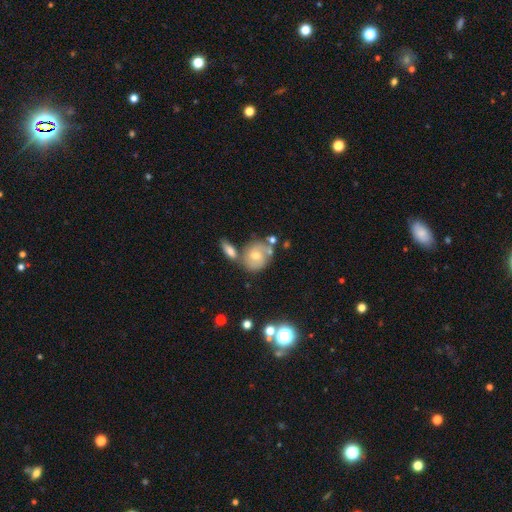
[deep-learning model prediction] Smooth or featured? Predicted: smooth (p=0.49). Merging? Predicted: none (p=0.52).